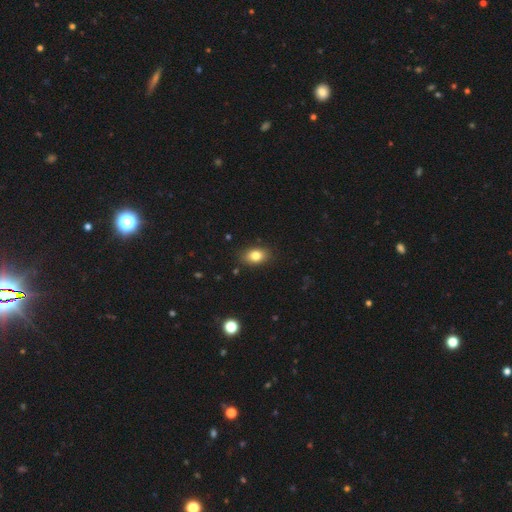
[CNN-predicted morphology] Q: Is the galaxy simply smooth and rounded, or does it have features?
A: smooth — 82%.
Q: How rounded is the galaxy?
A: in between — 81%.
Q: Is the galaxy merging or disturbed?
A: none — 86%.